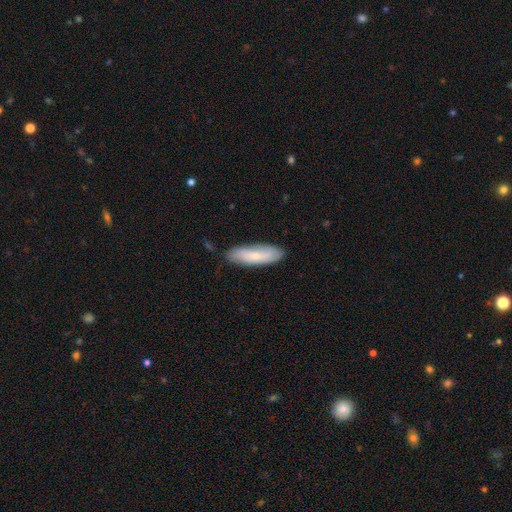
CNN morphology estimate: Smooth or featured: smooth — 65% (featured or disk — 29%)
How rounded: cigar-shaped — 50% (in between — 49%)
Merging: none — 80% (minor disturbance — 16%)